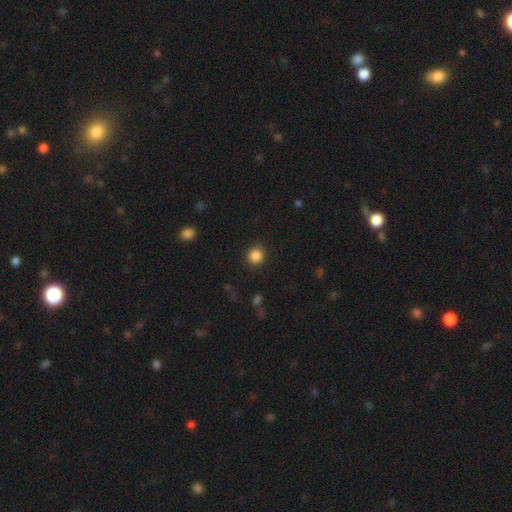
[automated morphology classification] Q: Smooth or featured?
A: smooth (86%); runner-up: star or artifact (10%)
Q: How rounded?
A: round (89%); runner-up: in between (10%)
Q: Merging?
A: none (90%); runner-up: minor disturbance (6%)